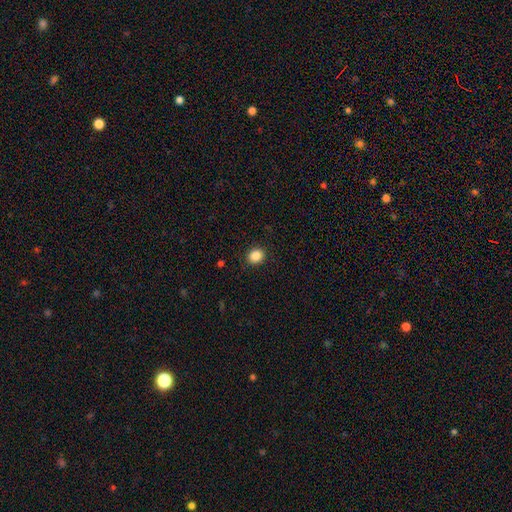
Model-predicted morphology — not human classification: Q: Smooth or featured?
A: smooth (87%); runner-up: star or artifact (10%)
Q: How rounded?
A: round (72%); runner-up: in between (27%)
Q: Merging?
A: none (90%); runner-up: minor disturbance (7%)